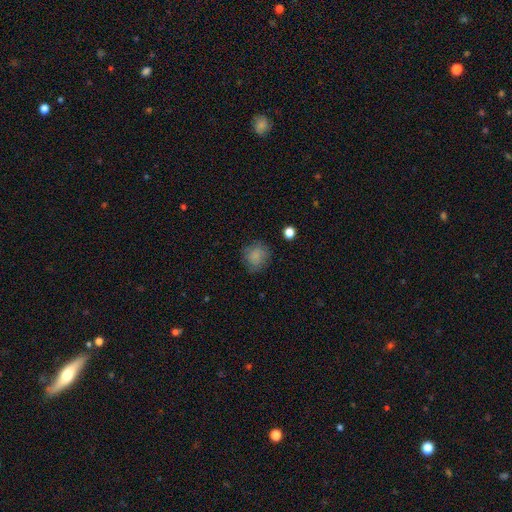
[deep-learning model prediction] Smooth or featured: smooth — 79% (star or artifact — 11%)
How rounded: round — 80% (in between — 19%)
Merging: none — 75% (minor disturbance — 17%)